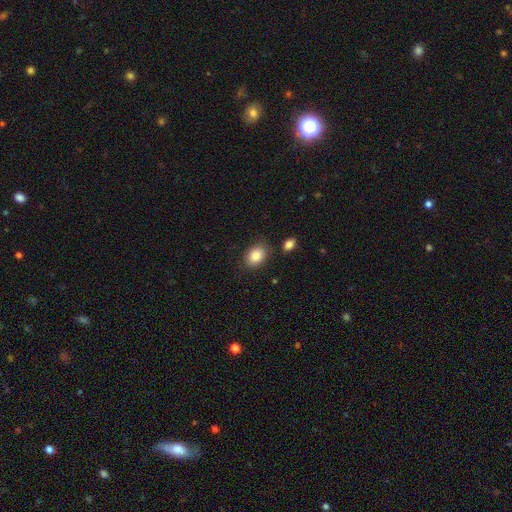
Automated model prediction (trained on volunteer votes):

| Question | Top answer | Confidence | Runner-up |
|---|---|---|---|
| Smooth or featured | smooth | 86% | star or artifact (8%) |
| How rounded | in between | 74% | round (25%) |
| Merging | none | 82% | minor disturbance (11%) |